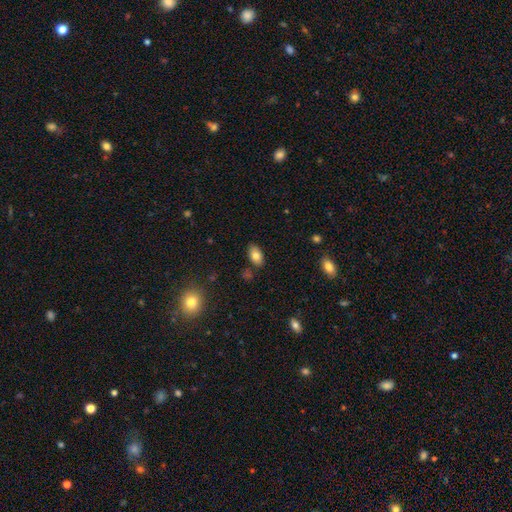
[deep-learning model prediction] This appears to be a smooth galaxy with no disk features (81%) that is in between round and cigar-shaped (92%). Merging: none (83%).